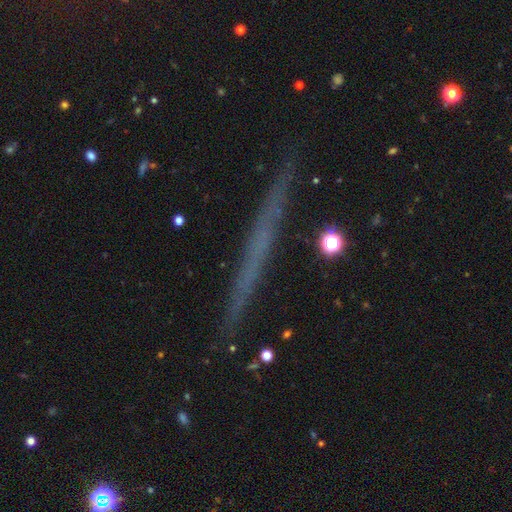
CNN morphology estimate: This appears to be a featured or disk galaxy (53%) viewed edge-on (96%) with no central bulge (91%). Merging: none (90%).